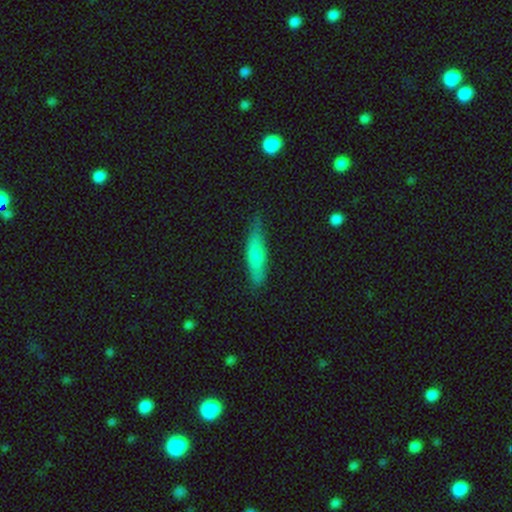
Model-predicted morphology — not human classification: type=smooth (72%); roundness=cigar-shaped (75%); merging=none (73%).